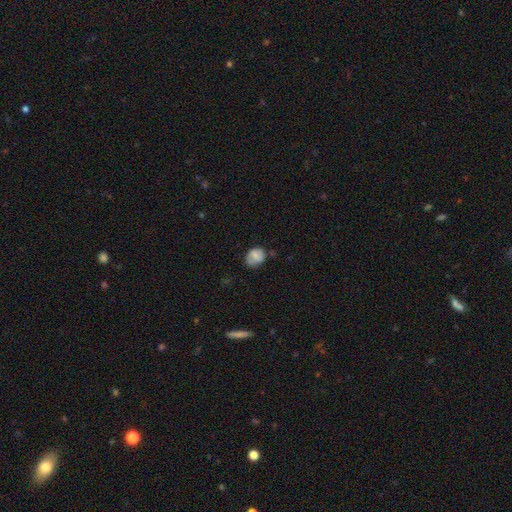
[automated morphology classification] Overall: smooth (69%). How rounded: round (58%; in between 41%). Merging: none (59%; minor disturbance 30%).